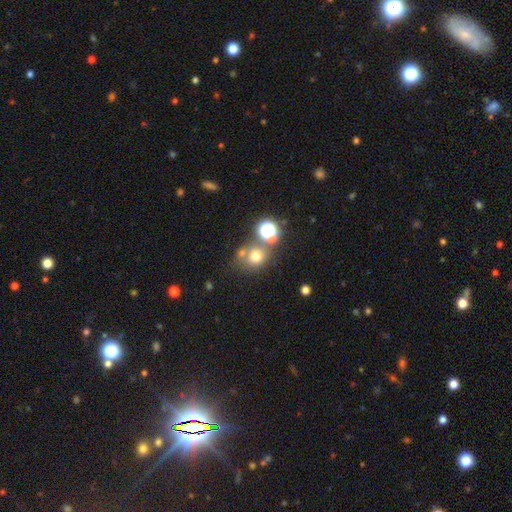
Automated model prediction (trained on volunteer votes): A smooth galaxy with no disk features (67%) that is round (79%). Merging: none (58%).